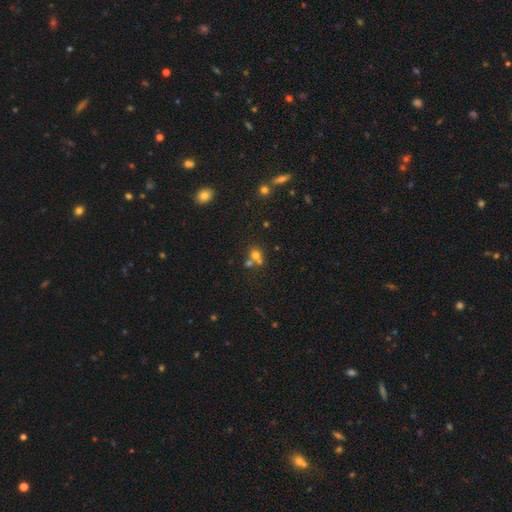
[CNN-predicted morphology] Smooth or featured? smooth (65%)
How rounded? round (75%)
Merging? none (44%, tied with merger)